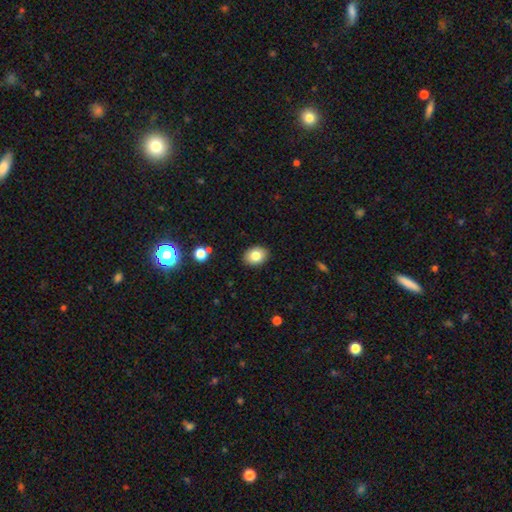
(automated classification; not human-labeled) smooth-or-featured: smooth: 82% | star or artifact: 9% | featured or disk: 9%
  how-rounded: in between: 59% | round: 40% | cigar-shaped: 1%
  merging: none: 89% | minor disturbance: 8% | major disturbance: 2% | merger: 1%